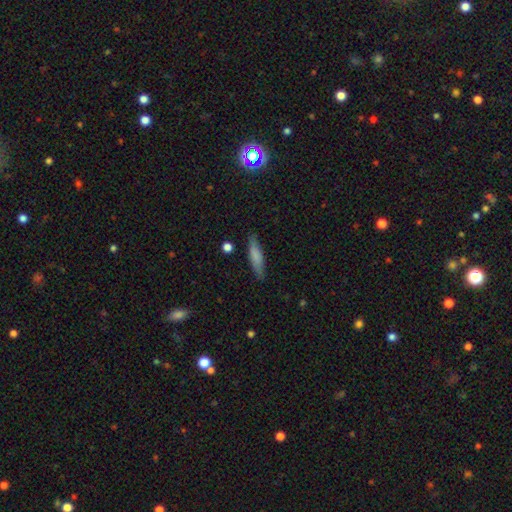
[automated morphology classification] smooth 75%, featured or disk 18%, star or artifact 7%. Down the decision tree: how rounded — cigar-shaped (74%); merging — none (82%).